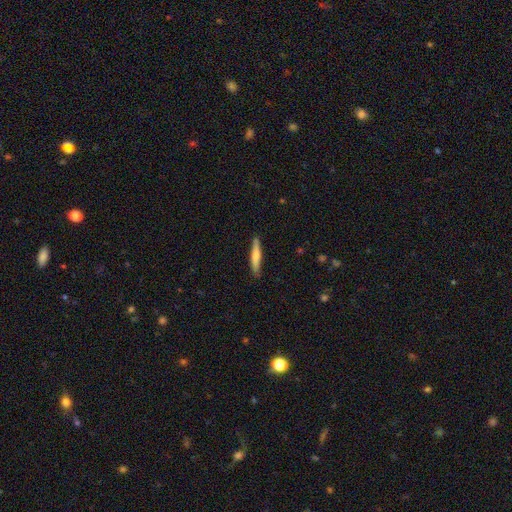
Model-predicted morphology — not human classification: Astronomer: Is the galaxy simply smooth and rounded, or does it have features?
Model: smooth — 67%.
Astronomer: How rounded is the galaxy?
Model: cigar-shaped — 92%.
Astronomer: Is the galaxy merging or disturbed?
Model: none — 86%.